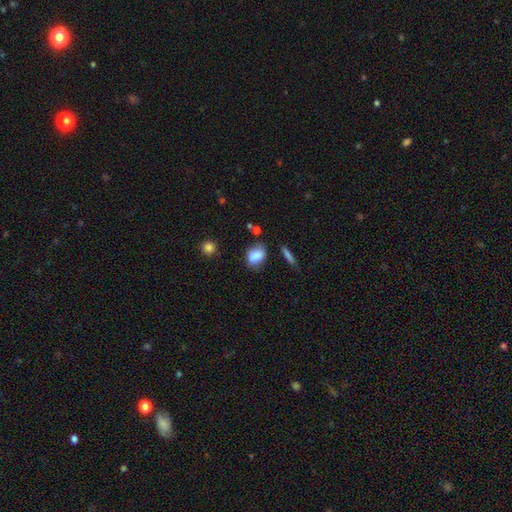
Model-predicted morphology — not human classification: The model was most divided on "merging": none: 63%, minor disturbance: 24%, major disturbance: 7%, merger: 6%. More confident: smooth or featured — smooth (82%); how rounded — in between (74%).